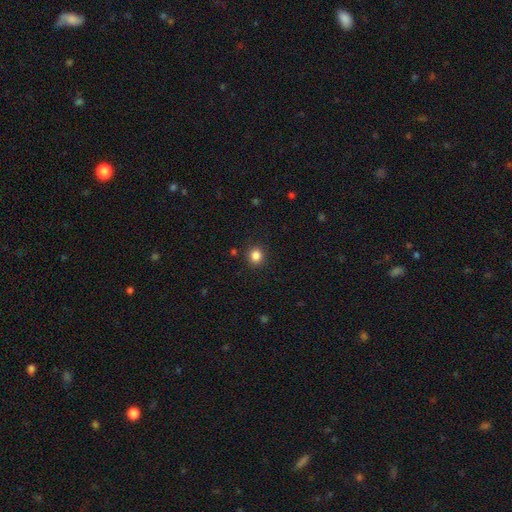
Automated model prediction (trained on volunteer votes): A smooth galaxy with no disk features (84%) that is round (85%).

Vote fractions:
- Smooth or featured? smooth: 84% / star or artifact: 12% / featured or disk: 4%
- How rounded? round: 85% / in between: 14% / cigar-shaped: 1%
- Merging? none: 90% / minor disturbance: 6% / major disturbance: 2% / merger: 1%